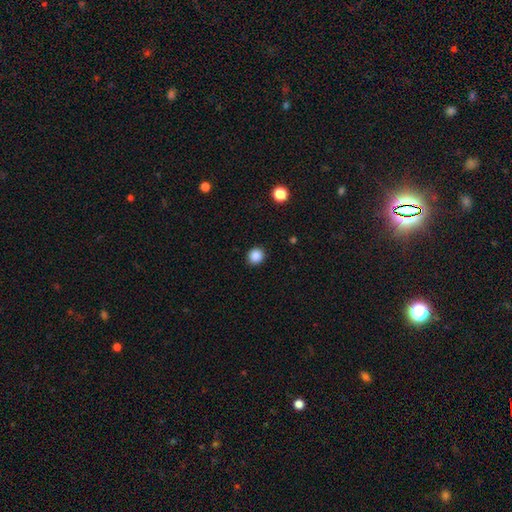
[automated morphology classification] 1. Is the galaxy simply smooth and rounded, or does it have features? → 87% smooth, 10% star or artifact, 3% featured or disk.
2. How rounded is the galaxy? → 88% round, 11% in between, 1% cigar-shaped.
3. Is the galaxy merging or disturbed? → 92% none, 5% minor disturbance, 2% major disturbance, 1% merger.